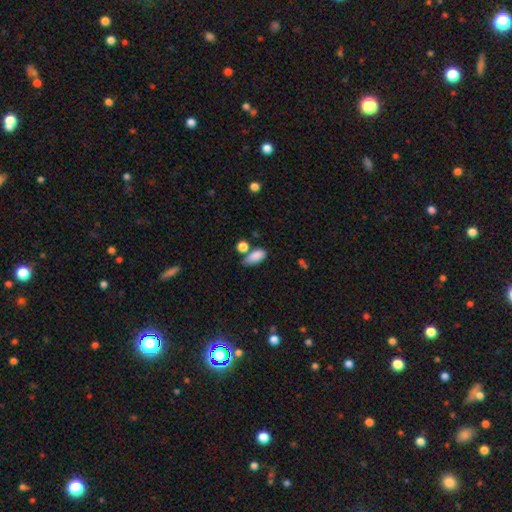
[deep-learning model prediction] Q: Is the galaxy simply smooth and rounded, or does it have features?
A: smooth — 85%.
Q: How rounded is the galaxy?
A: in between — 87%.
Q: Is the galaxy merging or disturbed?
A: none — 52%.